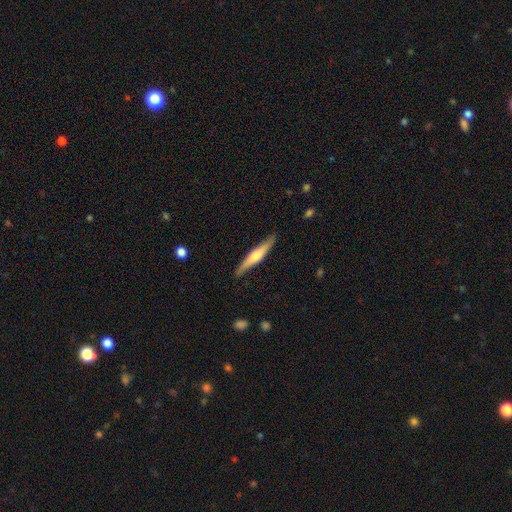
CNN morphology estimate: Smooth or featured? featured or disk (57%)
Edge-on disk? yes (95%)
Edge-on bulge? rounded (78%)
Merging? none (87%)